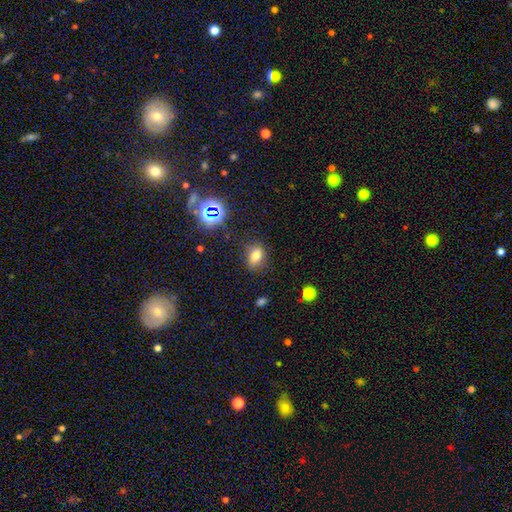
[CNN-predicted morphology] Smooth or featured: smooth — 73% (star or artifact — 17%)
How rounded: in between — 66% (round — 32%)
Merging: none — 80% (minor disturbance — 14%)